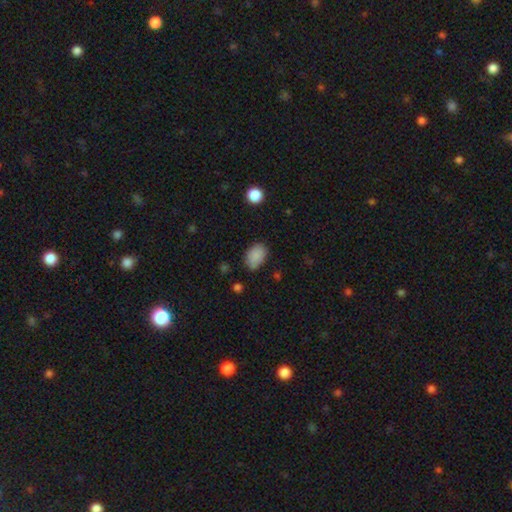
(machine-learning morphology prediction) This is clearly a smooth galaxy (86%). How rounded: clearly in between (82%). Merging: likely none (73%).